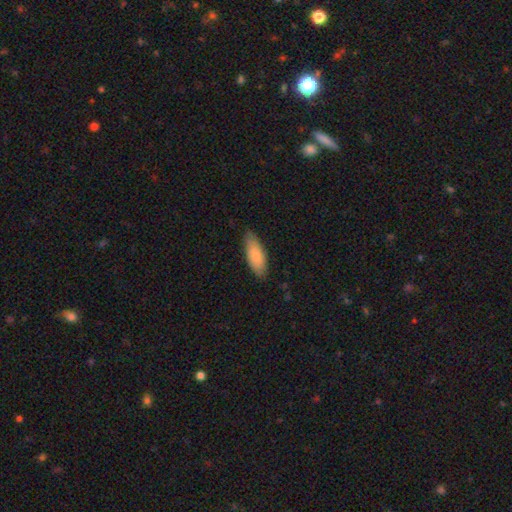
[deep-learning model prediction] This is likely a smooth galaxy (79%). How rounded: likely in between (75%). Merging: likely none (78%).